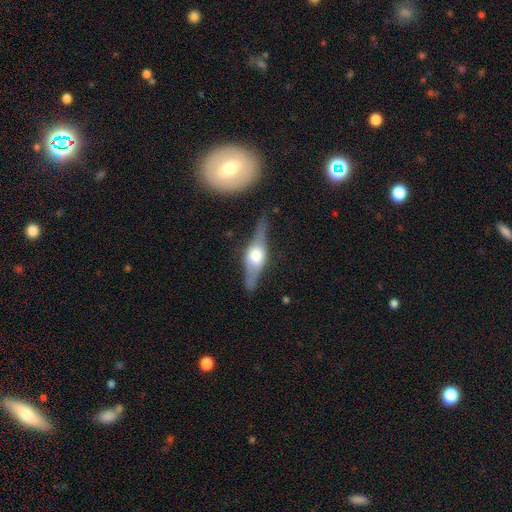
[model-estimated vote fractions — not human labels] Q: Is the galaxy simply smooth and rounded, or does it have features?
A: featured or disk — 71%.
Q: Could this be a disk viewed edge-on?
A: yes — 94%.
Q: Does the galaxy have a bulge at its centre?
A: rounded — 90%.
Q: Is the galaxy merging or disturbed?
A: none — 80%.